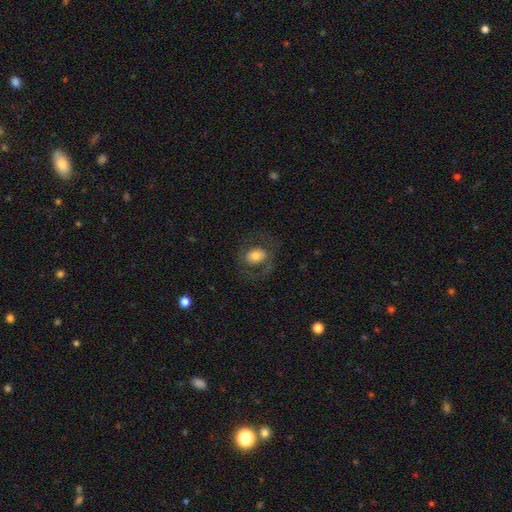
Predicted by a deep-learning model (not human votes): Smooth or featured: smooth — 57% (featured or disk — 35%)
How rounded: in between — 55% (round — 44%)
Merging: none — 71% (major disturbance — 15%)